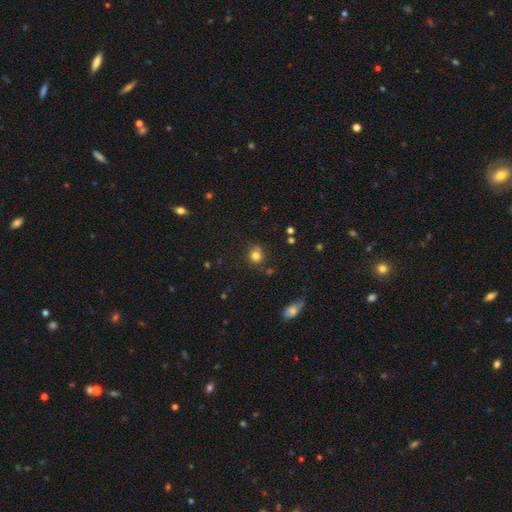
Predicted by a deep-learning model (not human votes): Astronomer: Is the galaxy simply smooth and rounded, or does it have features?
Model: smooth — 79%.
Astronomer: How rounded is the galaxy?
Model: round — 82%.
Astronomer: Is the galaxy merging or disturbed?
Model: none — 72%.